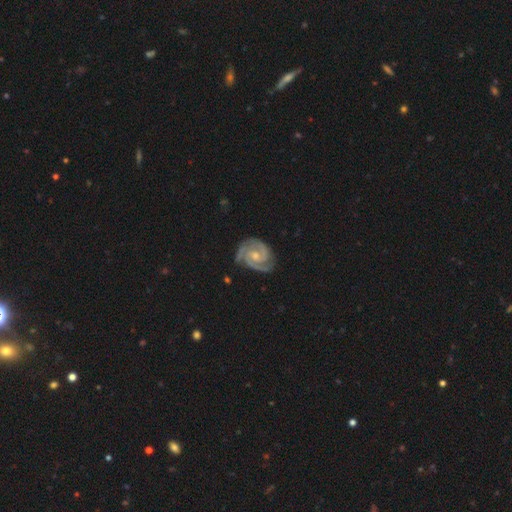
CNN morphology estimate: smooth_or_featured: featured or disk (p=0.93) [alt: smooth p=0.04]
disk_edge_on: no (p=0.98) [alt: yes p=0.02]
bar: no (p=0.57) [alt: weak p=0.36]
has_spiral_arms: yes (p=0.99) [alt: no p=0.01]
spiral_winding: tight (p=0.63) [alt: medium p=0.33]
spiral_arm_count: 2 (p=0.55) [alt: 3 p=0.33]
bulge_size: small (p=0.48) [alt: moderate p=0.44]
merging: none (p=0.76) [alt: minor disturbance p=0.18]